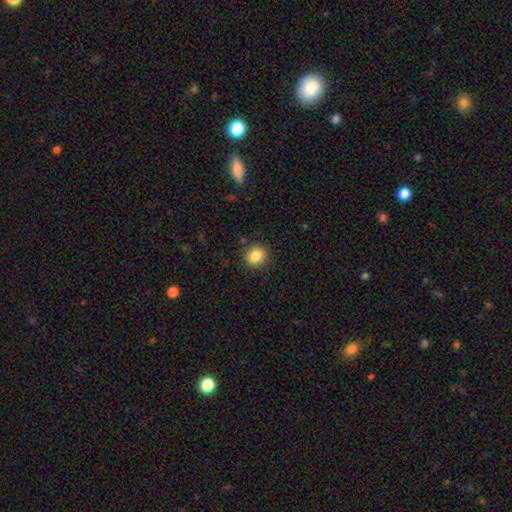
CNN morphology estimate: type=smooth (85%); roundness=round (76%); merging=none (88%).